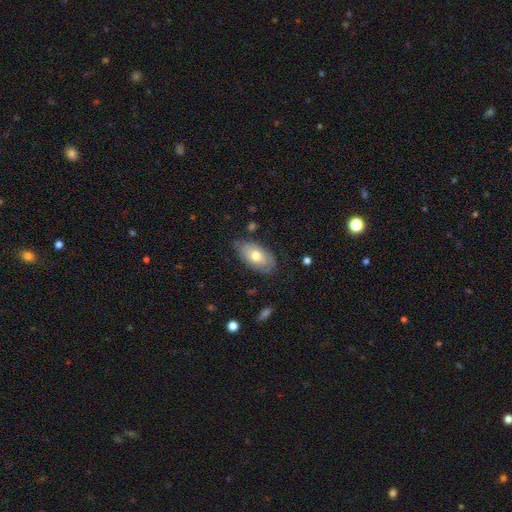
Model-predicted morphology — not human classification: Smooth or featured: smooth — 62% (featured or disk — 32%)
How rounded: in between — 93% (round — 5%)
Merging: none — 71% (minor disturbance — 22%)